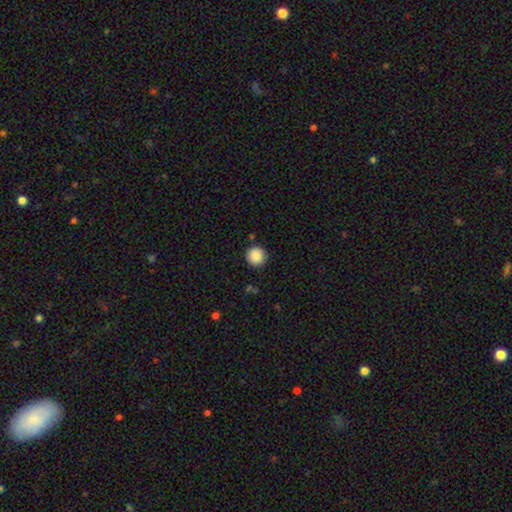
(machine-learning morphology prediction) smooth 89%, star or artifact 8%, featured or disk 3%. Down the decision tree: how rounded — round (95%); merging — none (90%).